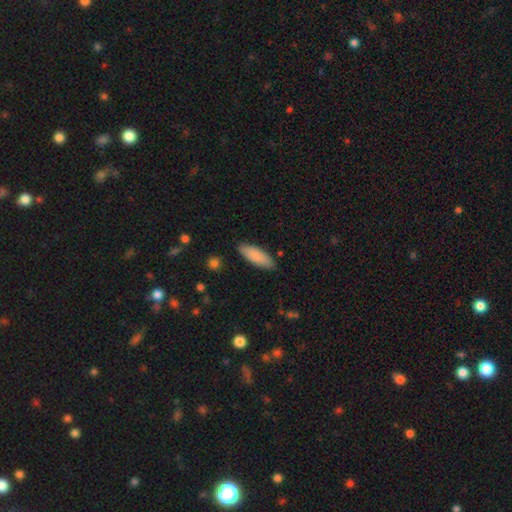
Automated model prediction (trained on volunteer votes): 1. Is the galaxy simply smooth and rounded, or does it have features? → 85% smooth, 10% featured or disk, 6% star or artifact.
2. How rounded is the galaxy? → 62% in between, 36% cigar-shaped, 2% round.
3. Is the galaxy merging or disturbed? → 86% none, 11% minor disturbance, 2% major disturbance, 1% merger.